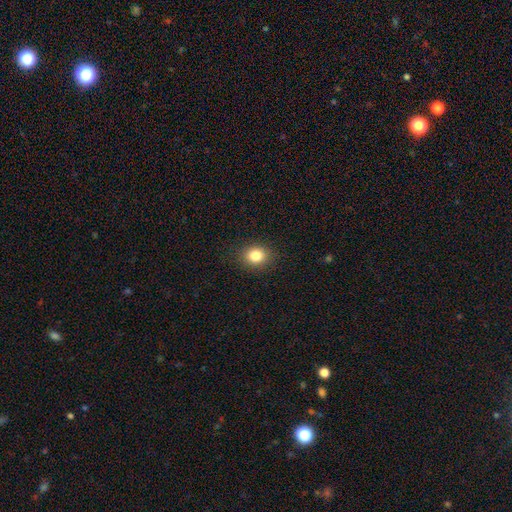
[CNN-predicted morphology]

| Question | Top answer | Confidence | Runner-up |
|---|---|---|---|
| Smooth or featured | smooth | 83% | star or artifact (11%) |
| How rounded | round | 62% | in between (37%) |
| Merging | none | 89% | minor disturbance (8%) |